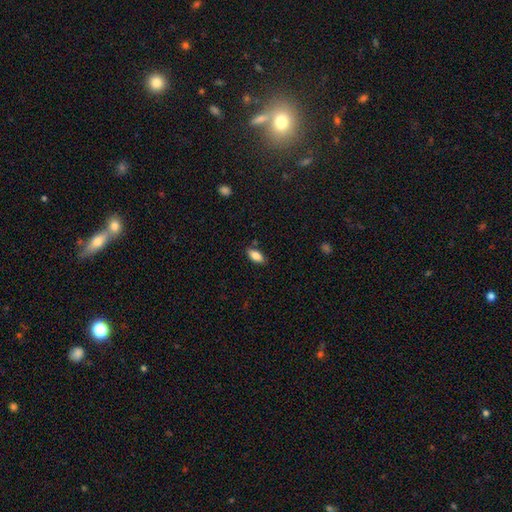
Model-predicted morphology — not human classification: A smooth galaxy with no disk features (84%) that is in between round and cigar-shaped (89%).

Vote fractions:
- Smooth or featured? smooth: 84% / featured or disk: 9% / star or artifact: 7%
- How rounded? in between: 89% / cigar-shaped: 9% / round: 2%
- Merging? none: 81% / minor disturbance: 13% / merger: 3% / major disturbance: 3%